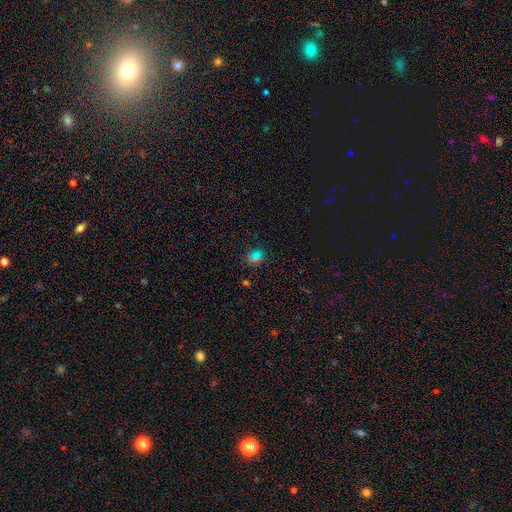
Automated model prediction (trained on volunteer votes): This appears to be a smooth galaxy with no disk features (50%) that is round (75%). Merging: none (80%).